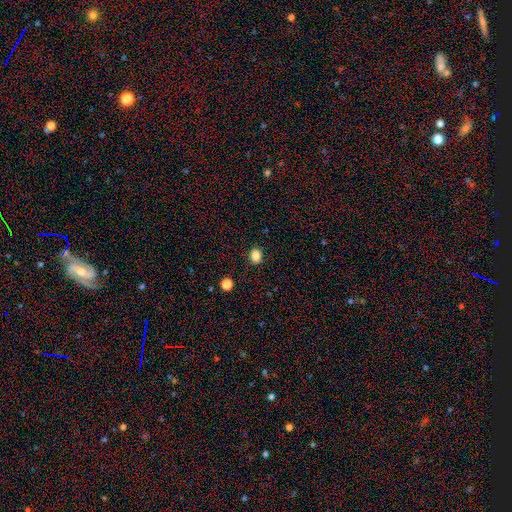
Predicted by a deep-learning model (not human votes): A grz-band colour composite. It shows a smooth galaxy with no disk features (85%) that is round (65%). Merging: none (88%).